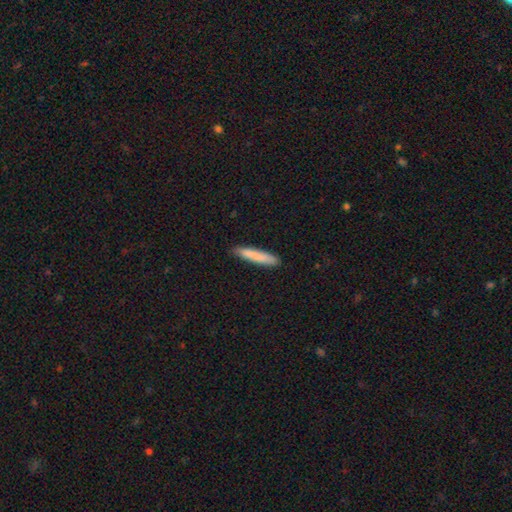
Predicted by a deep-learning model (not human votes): Smooth or featured?
  - smooth: 83% *
  - featured or disk: 11%
  - star or artifact: 6%
How rounded?
  - cigar-shaped: 92% *
  - in between: 7%
  - round: 1%
Merging?
  - none: 88% *
  - minor disturbance: 10%
  - major disturbance: 2%
  - merger: 1%